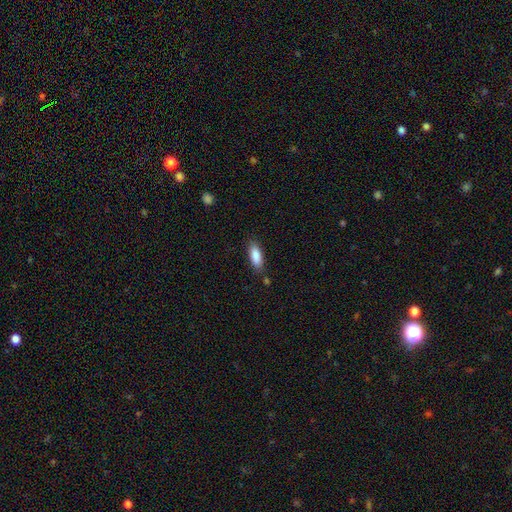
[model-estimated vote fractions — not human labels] Q: Smooth or featured?
A: smooth (88%); runner-up: star or artifact (6%)
Q: How rounded?
A: in between (75%); runner-up: cigar-shaped (23%)
Q: Merging?
A: none (80%); runner-up: minor disturbance (14%)